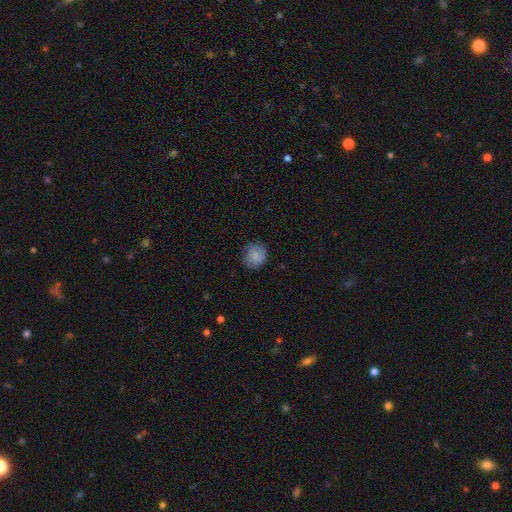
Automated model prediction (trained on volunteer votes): Overall: smooth (83%). How rounded: round (86%). Merging: none (81%).